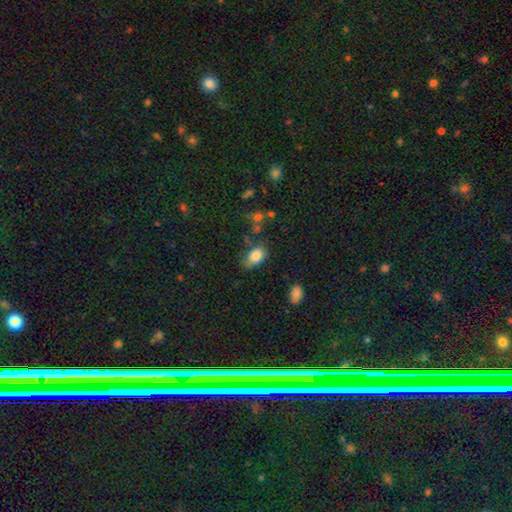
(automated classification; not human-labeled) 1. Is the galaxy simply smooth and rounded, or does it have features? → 83% smooth, 8% star or artifact, 8% featured or disk.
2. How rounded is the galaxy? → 87% in between, 11% round, 2% cigar-shaped.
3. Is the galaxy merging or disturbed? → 58% none, 28% minor disturbance, 8% major disturbance, 5% merger.